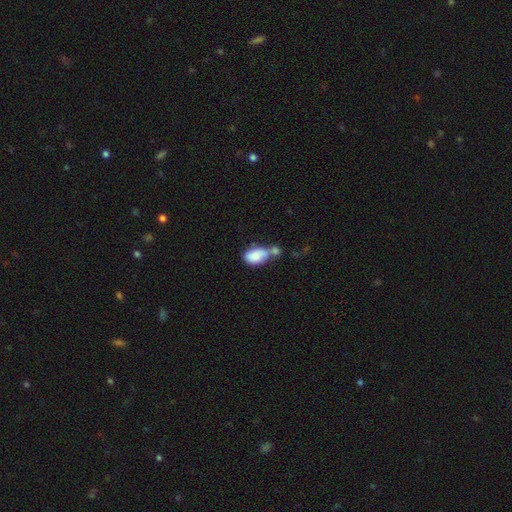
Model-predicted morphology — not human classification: A smooth galaxy with no disk features (80%) that is in between round and cigar-shaped (89%). Merging: merger (53%).